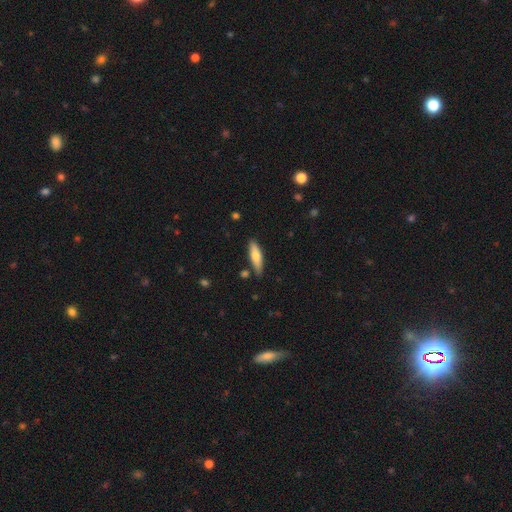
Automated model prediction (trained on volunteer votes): Morphology: type=smooth (68%); roundness=cigar-shaped (61%); merging=none (80%).